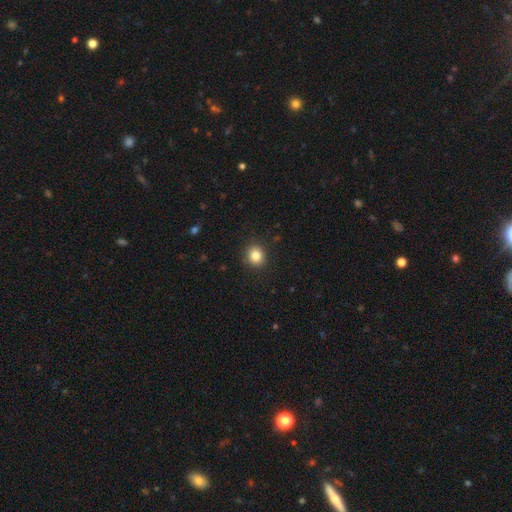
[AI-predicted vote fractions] A smooth galaxy with no disk features (83%) that is round (77%).

Vote fractions:
- Smooth or featured? smooth: 83% / star or artifact: 11% / featured or disk: 6%
- How rounded? round: 77% / in between: 22% / cigar-shaped: 1%
- Merging? none: 90% / minor disturbance: 7% / major disturbance: 2% / merger: 1%